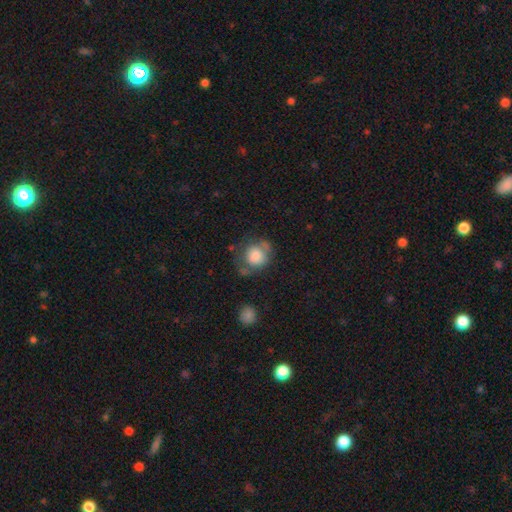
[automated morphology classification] Smooth or featured: smooth — 77% (featured or disk — 15%)
How rounded: round — 76% (in between — 22%)
Merging: none — 50% (minor disturbance — 26%)